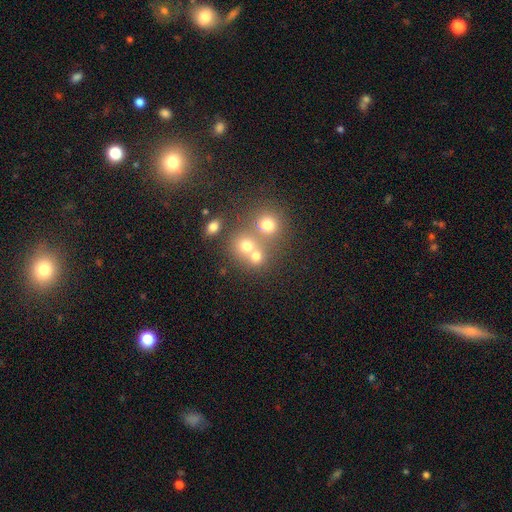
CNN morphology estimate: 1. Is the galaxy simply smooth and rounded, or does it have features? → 70% smooth, 17% star or artifact, 13% featured or disk.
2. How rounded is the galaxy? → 81% round, 18% in between, 1% cigar-shaped.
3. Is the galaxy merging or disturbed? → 47% none, 42% merger, 7% minor disturbance, 4% major disturbance.